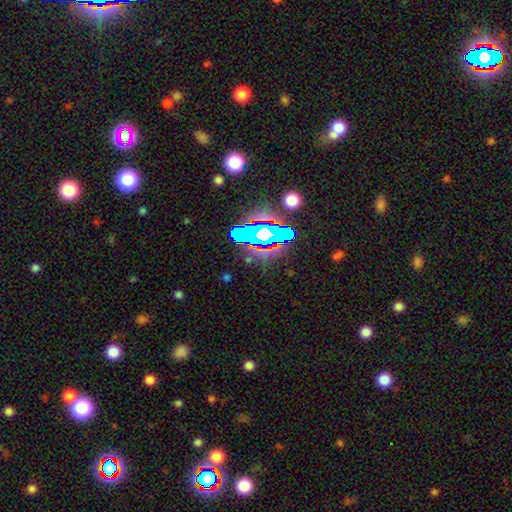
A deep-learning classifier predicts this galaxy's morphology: Smooth or featured? Predicted: star or artifact (p=0.80).